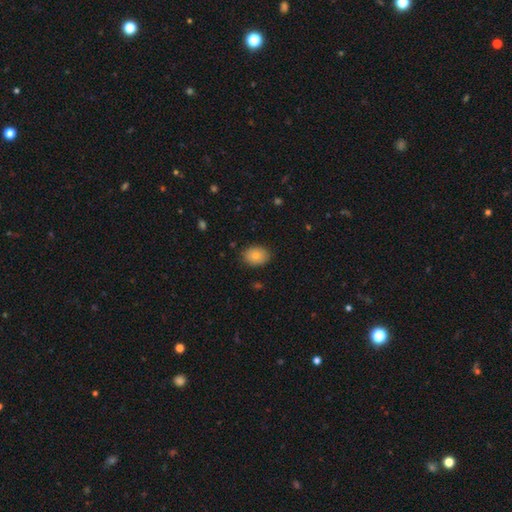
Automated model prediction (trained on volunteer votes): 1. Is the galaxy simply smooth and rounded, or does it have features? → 81% smooth, 11% featured or disk, 8% star or artifact.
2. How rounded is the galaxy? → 68% in between, 31% round, 1% cigar-shaped.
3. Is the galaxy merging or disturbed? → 86% none, 11% minor disturbance, 2% major disturbance, 1% merger.